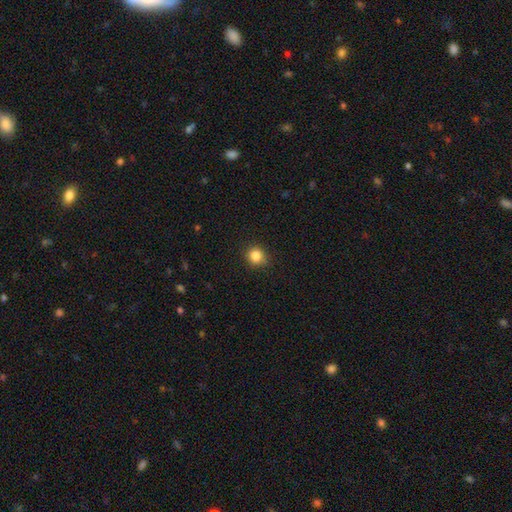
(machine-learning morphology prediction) smooth_or_featured: smooth (p=0.84) [alt: star or artifact p=0.11]
how_rounded: round (p=0.84) [alt: in between p=0.15]
merging: none (p=0.85) [alt: minor disturbance p=0.11]